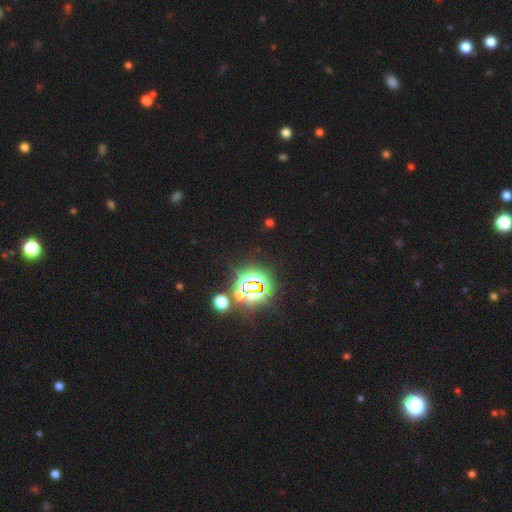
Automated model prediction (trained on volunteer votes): This appears to be a star or artifact, not a galaxy (82%).